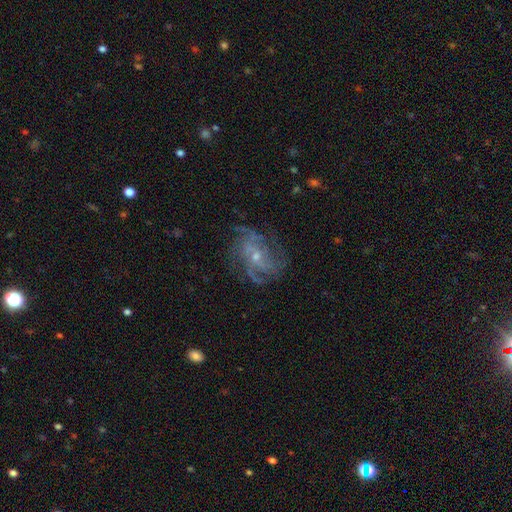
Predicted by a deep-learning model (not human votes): smooth-or-featured: featured or disk: 83% | star or artifact: 9% | smooth: 8%
  disk-edge-on: no: 97% | yes: 3%
    bar: no: 62% | weak: 31% | strong: 7%
    has-spiral-arms: yes: 93% | no: 7%
      spiral-winding: medium: 45% | tight: 37% | loose: 18%
      spiral-arm-count: can't tell: 28% | 4: 22% | 3: 22% | 2: 13% | more than 4: 9% | 1: 7%
    bulge-size: small: 66% | moderate: 29% | none: 2% | large: 1% | dominant: 1%
  merging: none: 69% | minor disturbance: 17% | major disturbance: 12% | merger: 1%